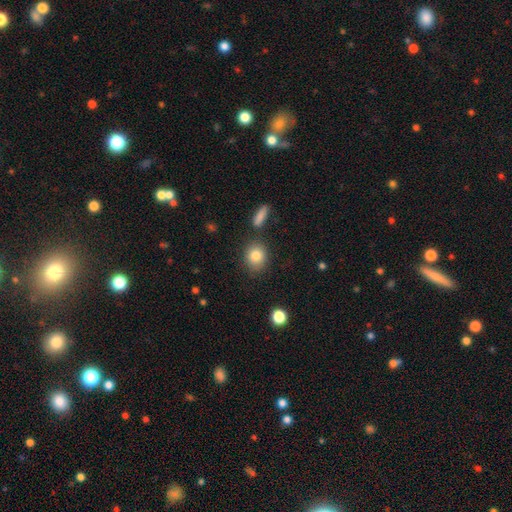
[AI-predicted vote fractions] The model was most divided on "how rounded": round: 64%, in between: 35%, cigar-shaped: 2%. More confident: smooth or featured — smooth (83%); merging — none (81%).